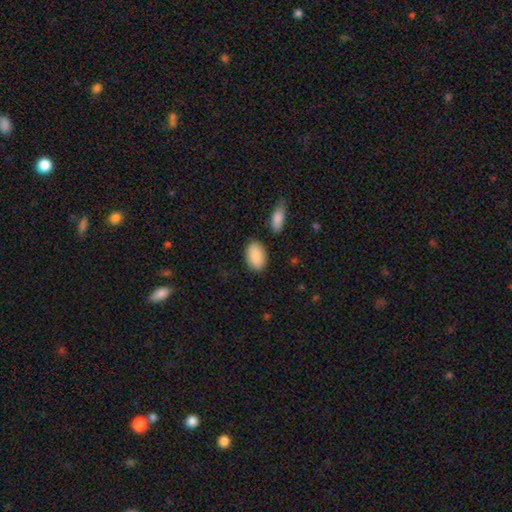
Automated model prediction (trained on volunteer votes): This appears to be a smooth galaxy with no disk features (89%) that is in between round and cigar-shaped (91%). Merging: none (84%).